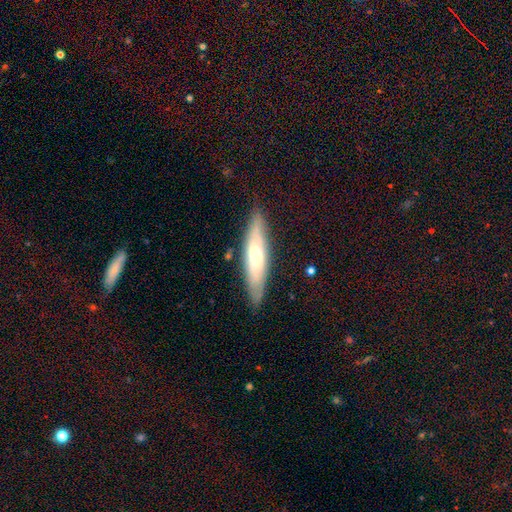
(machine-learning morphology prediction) This is possibly a featured or disk galaxy (48%). Merging: clearly none (84%).